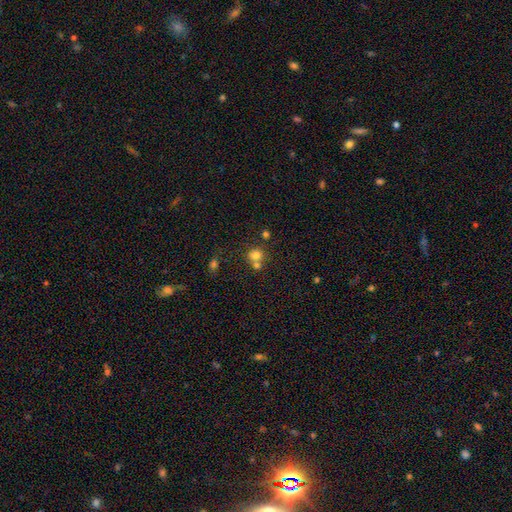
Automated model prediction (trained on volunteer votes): Smooth or featured? smooth (76%)
How rounded? round (84%)
Merging? none (48%)